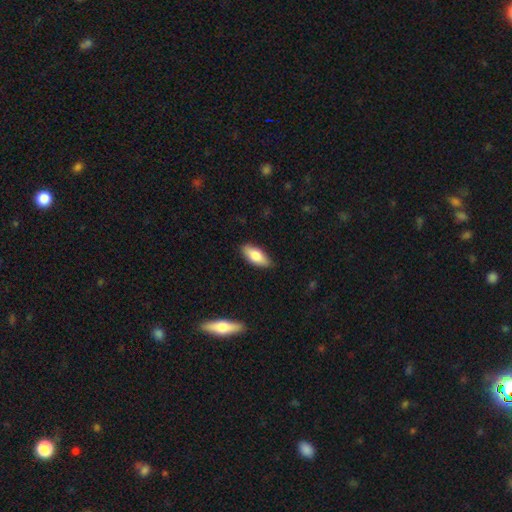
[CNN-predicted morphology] smooth-or-featured: smooth: 78% | featured or disk: 16% | star or artifact: 6%
  how-rounded: in between: 82% | cigar-shaped: 16% | round: 2%
  merging: none: 84% | minor disturbance: 12% | major disturbance: 2% | merger: 1%